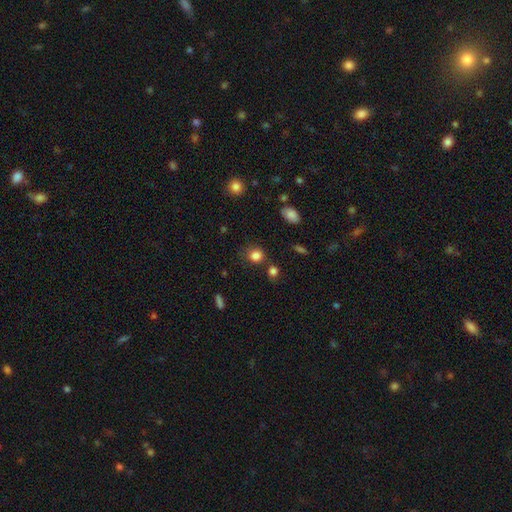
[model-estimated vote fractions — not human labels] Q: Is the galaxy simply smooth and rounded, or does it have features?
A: smooth — 83%.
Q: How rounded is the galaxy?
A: round — 74%.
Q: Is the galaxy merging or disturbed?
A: none — 71%.